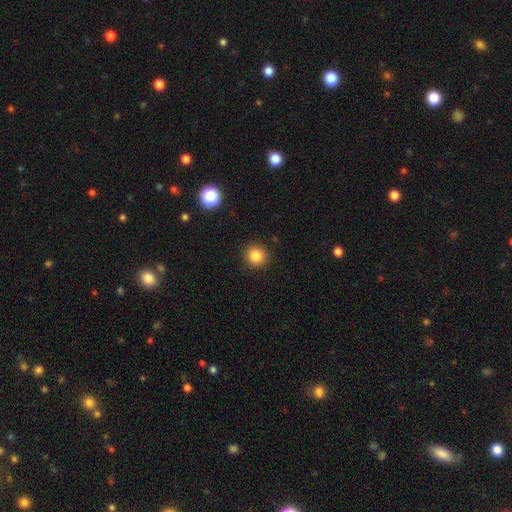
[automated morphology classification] Smooth or featured? Predicted: smooth (p=0.84). How rounded? Predicted: round (p=0.93). Merging? Predicted: none (p=0.91).